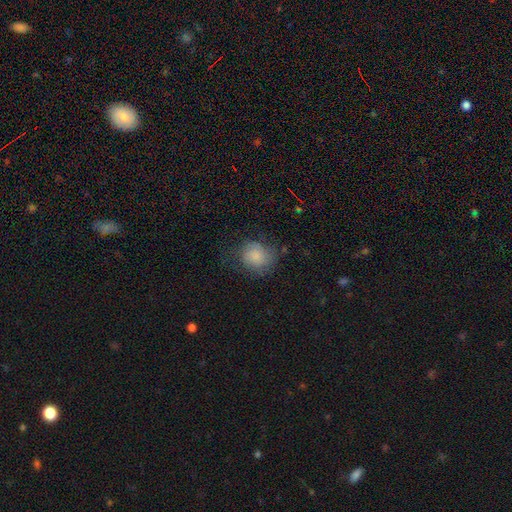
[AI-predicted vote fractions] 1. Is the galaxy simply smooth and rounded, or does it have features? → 79% smooth, 13% featured or disk, 9% star or artifact.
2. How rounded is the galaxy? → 74% round, 25% in between, 1% cigar-shaped.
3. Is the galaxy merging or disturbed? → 56% none, 27% minor disturbance, 15% major disturbance, 2% merger.